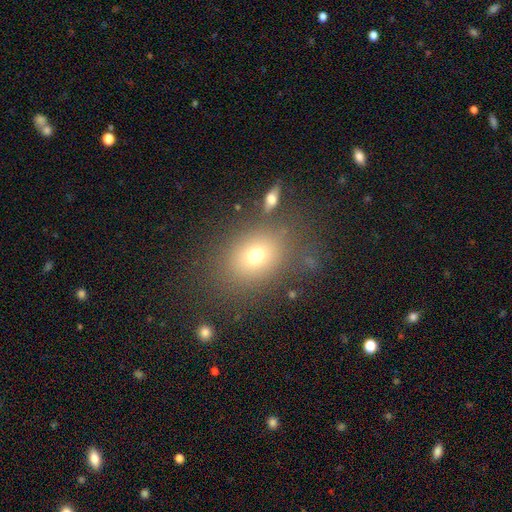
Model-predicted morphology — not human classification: Smooth or featured: smooth — 70% (star or artifact — 16%)
How rounded: in between — 56% (round — 43%)
Merging: none — 75% (minor disturbance — 12%)